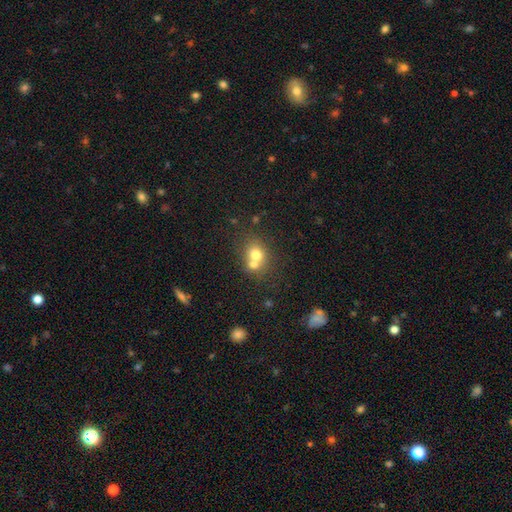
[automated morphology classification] Smooth or featured? smooth (70%)
How rounded? round (70%)
Merging? merger (51%)